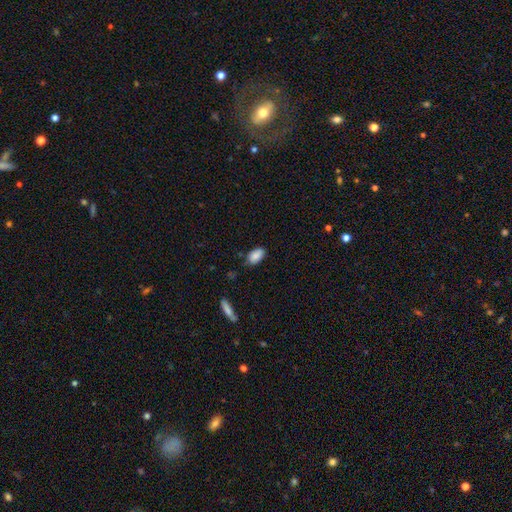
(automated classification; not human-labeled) A smooth galaxy with no disk features (87%) that is in between round and cigar-shaped (93%). Merging: none (73%).